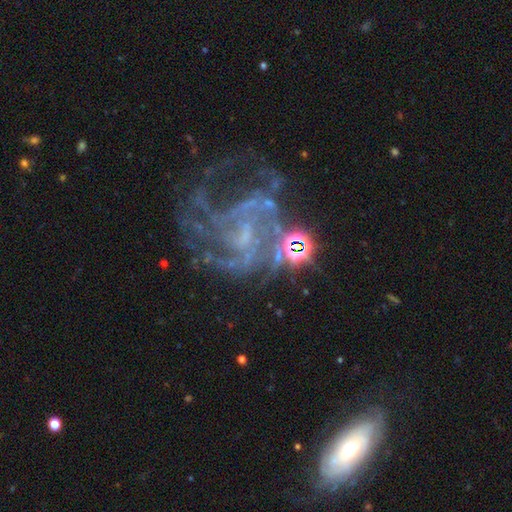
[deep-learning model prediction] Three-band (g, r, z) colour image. It shows a featured or disk galaxy (79%) with no bar (55%), medium (43%) spiral arms (83%) and a small central bulge (52%). Merging: none (38%).